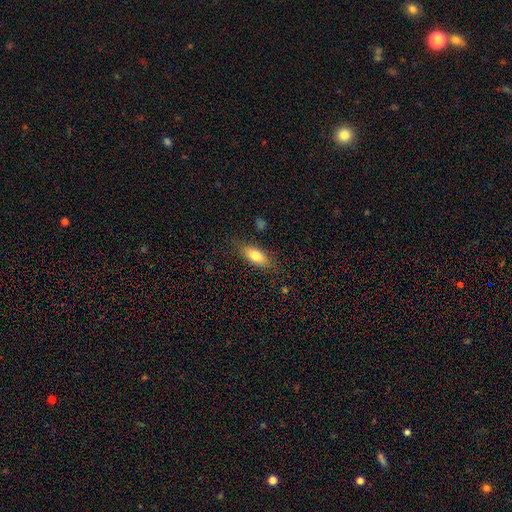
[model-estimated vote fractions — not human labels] Smooth or featured: smooth — 75% (featured or disk — 17%)
How rounded: in between — 77% (cigar-shaped — 20%)
Merging: none — 81% (minor disturbance — 14%)